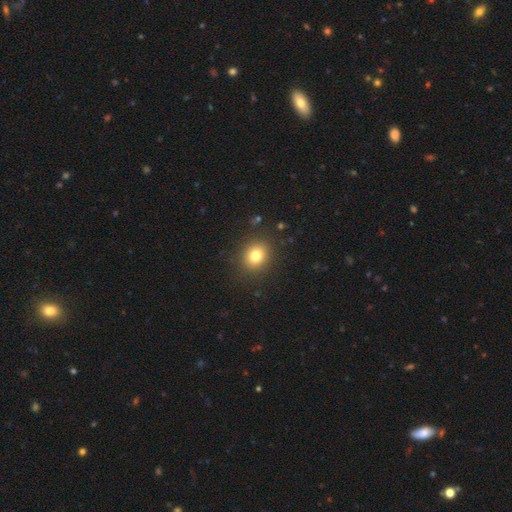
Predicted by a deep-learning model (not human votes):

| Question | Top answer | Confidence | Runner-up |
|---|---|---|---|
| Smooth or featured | smooth | 80% | star or artifact (12%) |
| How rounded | round | 73% | in between (26%) |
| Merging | none | 89% | minor disturbance (7%) |